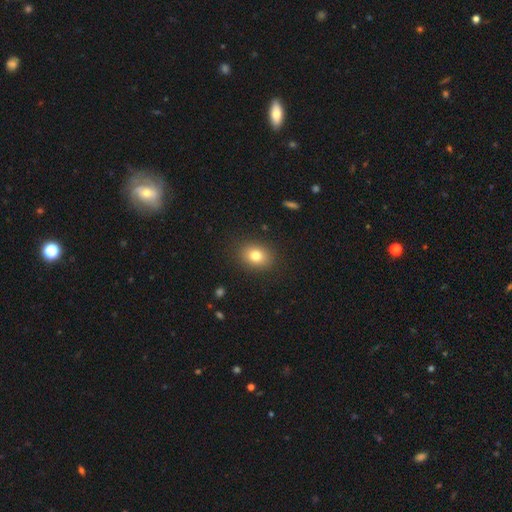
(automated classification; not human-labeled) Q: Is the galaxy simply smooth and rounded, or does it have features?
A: smooth — 79%.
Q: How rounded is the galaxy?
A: in between — 59%.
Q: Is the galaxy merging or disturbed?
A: none — 88%.